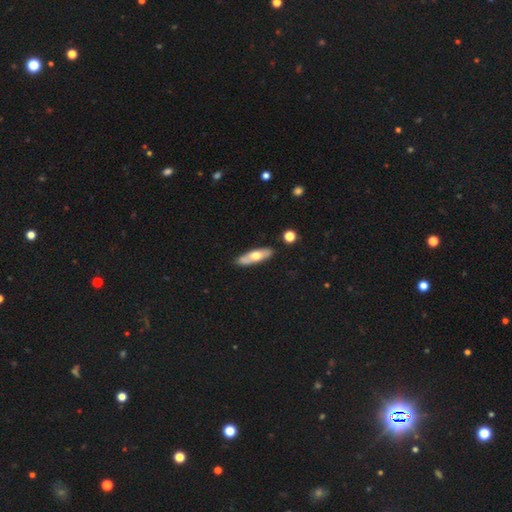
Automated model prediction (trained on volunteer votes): Q: Smooth or featured?
A: smooth (50%); runner-up: featured or disk (44%)
Q: How rounded?
A: cigar-shaped (51%); runner-up: in between (46%)
Q: Merging?
A: none (82%); runner-up: minor disturbance (12%)